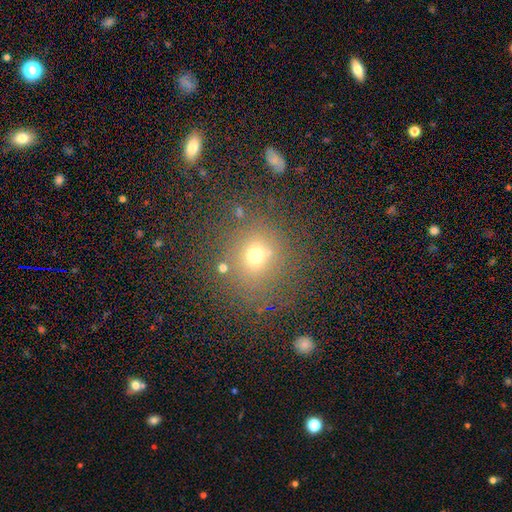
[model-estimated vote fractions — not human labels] smooth_or_featured: smooth (p=0.65) [alt: star or artifact p=0.22]
how_rounded: round (p=0.87) [alt: in between p=0.12]
merging: none (p=0.74) [alt: minor disturbance p=0.12]